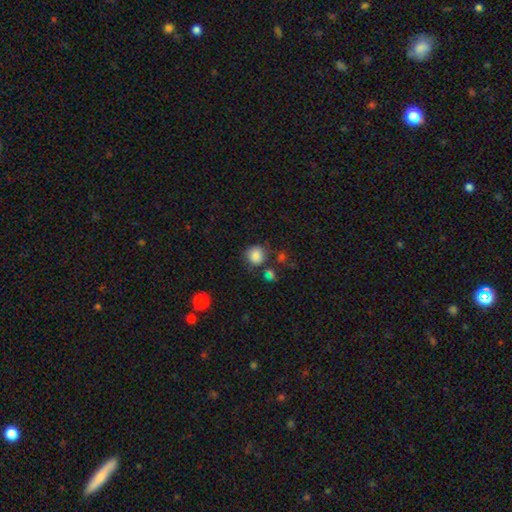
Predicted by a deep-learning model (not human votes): The model was most divided on "merging": none: 73%, minor disturbance: 15%, merger: 6%, major disturbance: 5%. More confident: how rounded — round (86%); smooth or featured — smooth (83%).